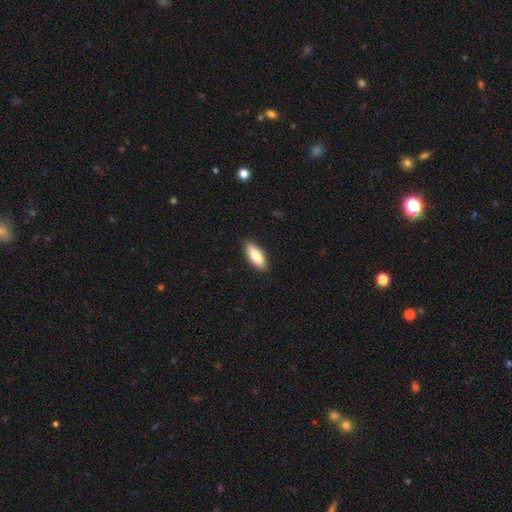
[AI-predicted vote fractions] A smooth galaxy with no disk features (81%) that is in between round and cigar-shaped (74%). Merging: none (89%).